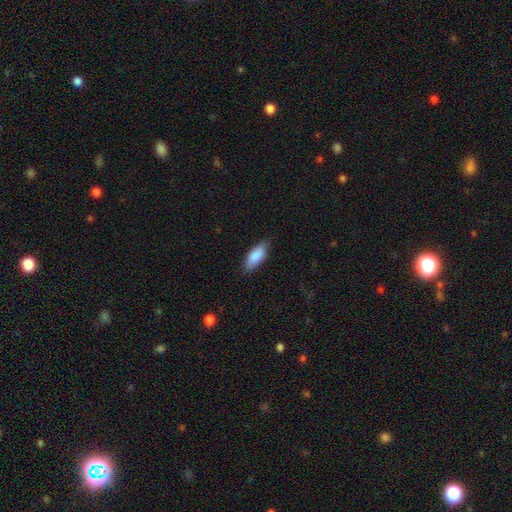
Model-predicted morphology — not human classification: Q: Smooth or featured?
A: smooth (86%); runner-up: featured or disk (8%)
Q: How rounded?
A: in between (78%); runner-up: cigar-shaped (21%)
Q: Merging?
A: none (79%); runner-up: minor disturbance (17%)